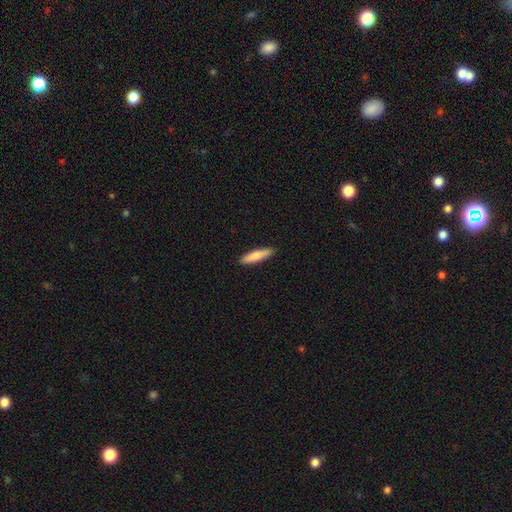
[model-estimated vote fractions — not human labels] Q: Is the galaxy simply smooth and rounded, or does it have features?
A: smooth — 81%.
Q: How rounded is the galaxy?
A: cigar-shaped — 77%.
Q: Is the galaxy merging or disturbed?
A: none — 90%.